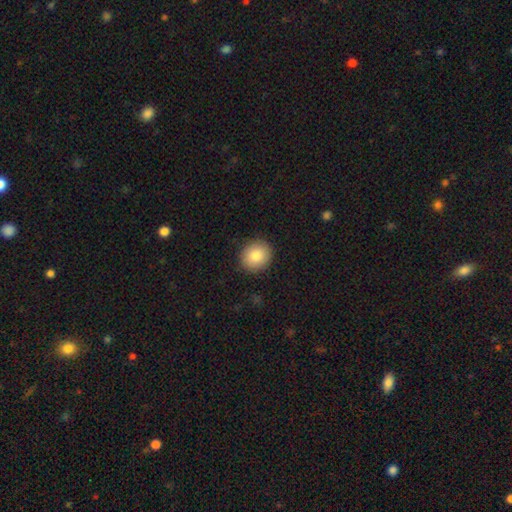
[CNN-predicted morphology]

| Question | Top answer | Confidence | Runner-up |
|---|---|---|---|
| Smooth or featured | smooth | 85% | star or artifact (8%) |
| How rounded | round | 81% | in between (18%) |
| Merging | none | 90% | minor disturbance (7%) |